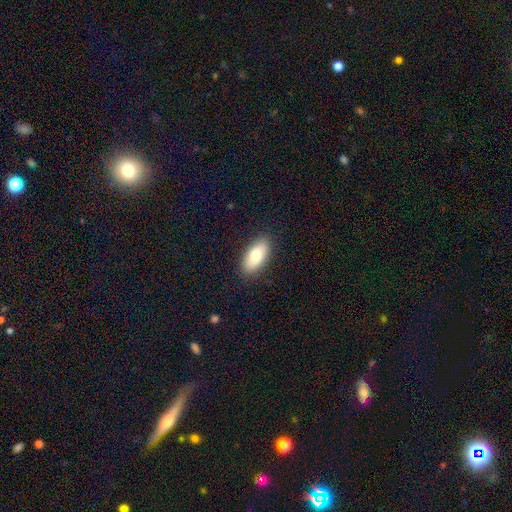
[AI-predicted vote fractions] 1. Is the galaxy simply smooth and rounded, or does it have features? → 81% smooth, 13% featured or disk, 6% star or artifact.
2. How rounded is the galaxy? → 88% in between, 10% cigar-shaped, 2% round.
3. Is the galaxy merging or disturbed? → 86% none, 10% minor disturbance, 2% major disturbance, 1% merger.